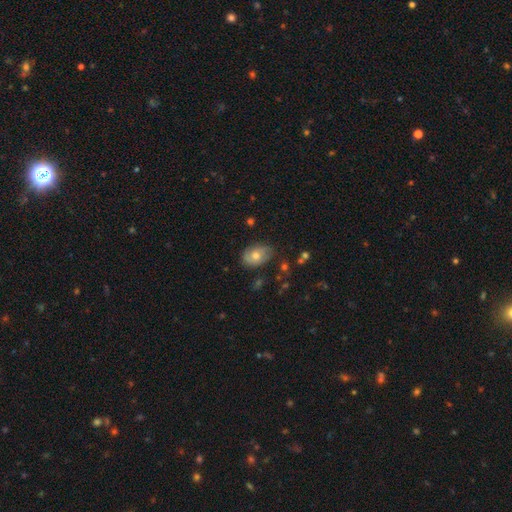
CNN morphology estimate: smooth 53%, featured or disk 37%, star or artifact 9%. Down the decision tree: how rounded — in between (77%); merging — none (72%).